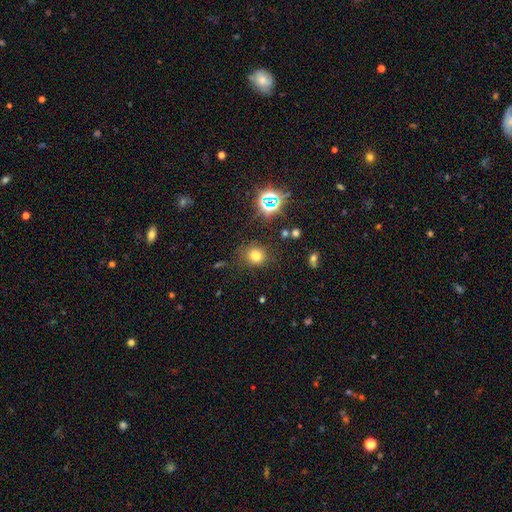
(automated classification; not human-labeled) This appears to be a smooth galaxy with no disk features (71%) that is round (83%). Merging: none (82%).